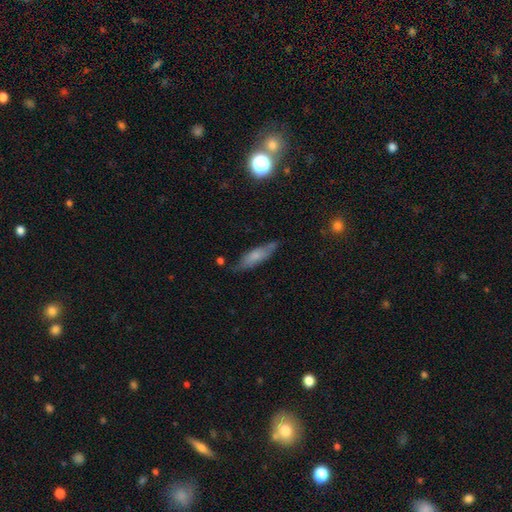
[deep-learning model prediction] smooth_or_featured: smooth (p=0.63) [alt: featured or disk p=0.29]
how_rounded: cigar-shaped (p=0.63) [alt: in between p=0.35]
merging: none (p=0.72) [alt: minor disturbance p=0.21]